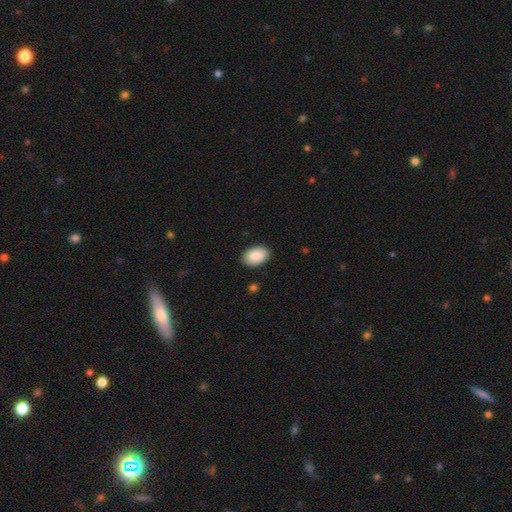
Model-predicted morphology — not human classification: A smooth galaxy with no disk features (90%) that is in between round and cigar-shaped (90%).

Vote fractions:
- Smooth or featured? smooth: 90% / star or artifact: 6% / featured or disk: 4%
- How rounded? in between: 90% / round: 9% / cigar-shaped: 1%
- Merging? none: 89% / minor disturbance: 9% / major disturbance: 2% / merger: 1%